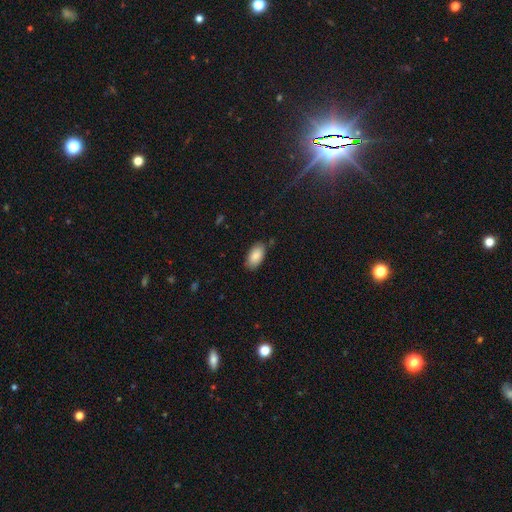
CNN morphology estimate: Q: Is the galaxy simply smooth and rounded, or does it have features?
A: smooth — 87%.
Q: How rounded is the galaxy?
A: in between — 94%.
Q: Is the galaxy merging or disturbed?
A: none — 79%.